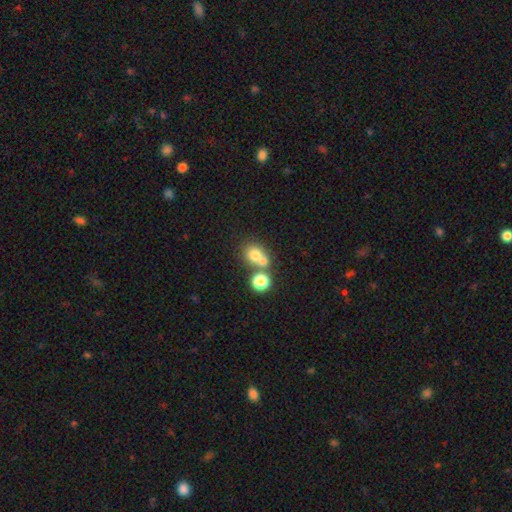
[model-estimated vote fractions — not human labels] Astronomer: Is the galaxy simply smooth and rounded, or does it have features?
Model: smooth — 72%.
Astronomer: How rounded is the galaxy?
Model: round — 74%.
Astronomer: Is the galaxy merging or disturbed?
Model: merger — 48% (runner-up: none, 40%).